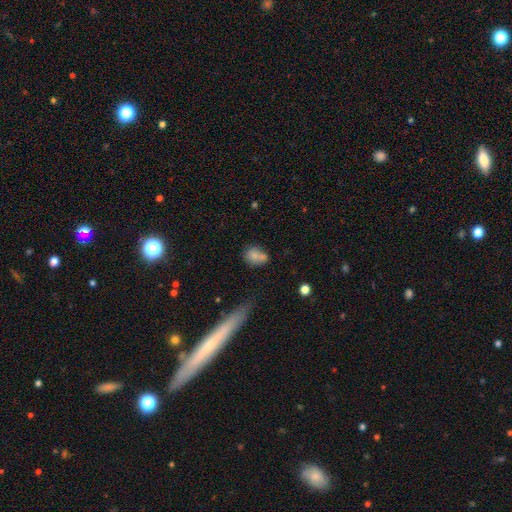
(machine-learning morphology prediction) type=smooth (75%); roundness=in between (55%); merging=none (42%).